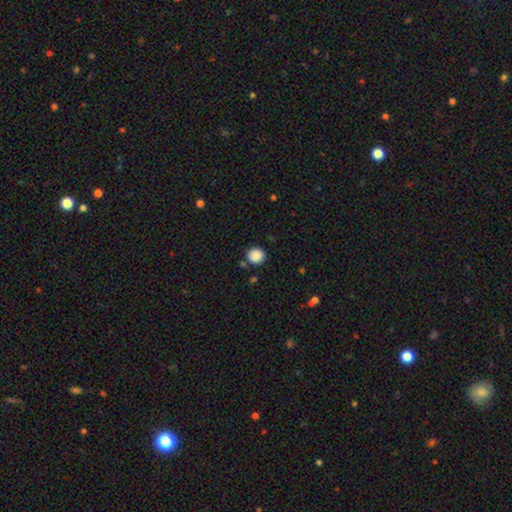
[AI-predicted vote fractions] This is clearly a smooth galaxy (88%). How rounded: clearly round (92%). Merging: clearly none (84%).